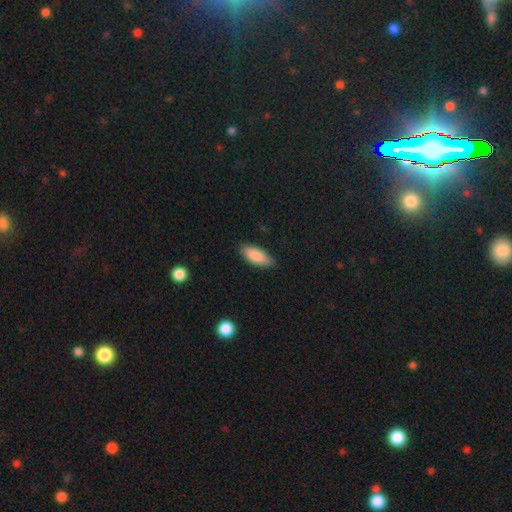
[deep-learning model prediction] A smooth galaxy with no disk features (87%) that is in between round and cigar-shaped (81%).

Vote fractions:
- Smooth or featured? smooth: 87% / featured or disk: 7% / star or artifact: 6%
- How rounded? in between: 81% / cigar-shaped: 17% / round: 2%
- Merging? none: 85% / minor disturbance: 12% / major disturbance: 2% / merger: 1%